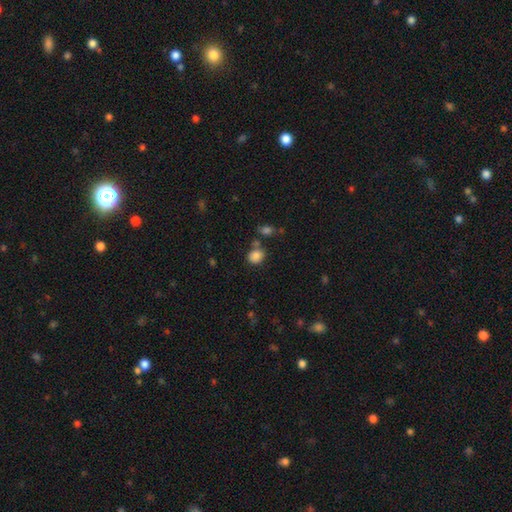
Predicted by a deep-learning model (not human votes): Q: Smooth or featured?
A: smooth (85%); runner-up: star or artifact (10%)
Q: How rounded?
A: round (61%); runner-up: in between (38%)
Q: Merging?
A: none (63%); runner-up: merger (17%)